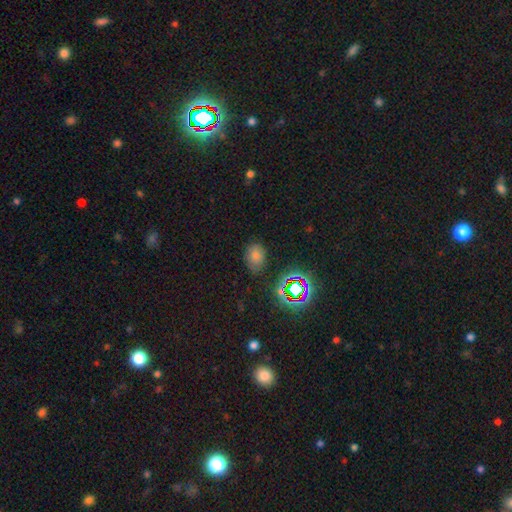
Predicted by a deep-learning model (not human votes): This is likely a smooth galaxy (69%). How rounded: likely in between (69%). Merging: likely none (74%).